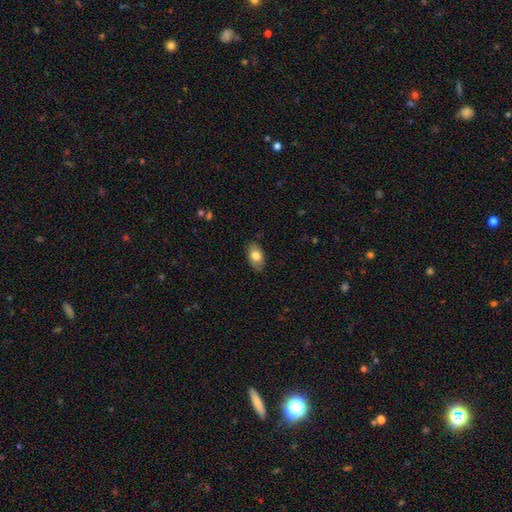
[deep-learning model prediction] A smooth galaxy with no disk features (79%) that is in between round and cigar-shaped (90%). Merging: none (84%).